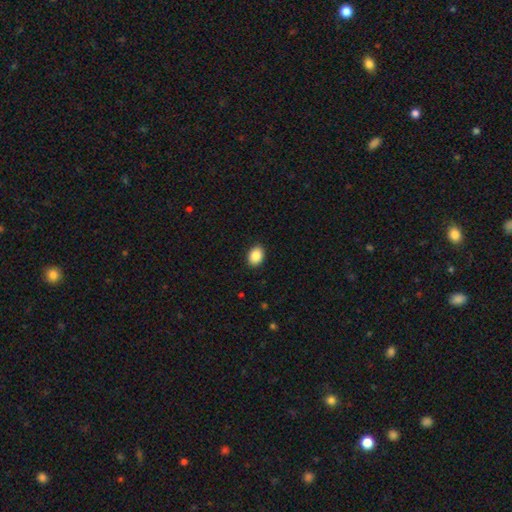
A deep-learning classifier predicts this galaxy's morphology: This is clearly a smooth galaxy (88%). How rounded: likely in between (71%). Merging: clearly none (90%).